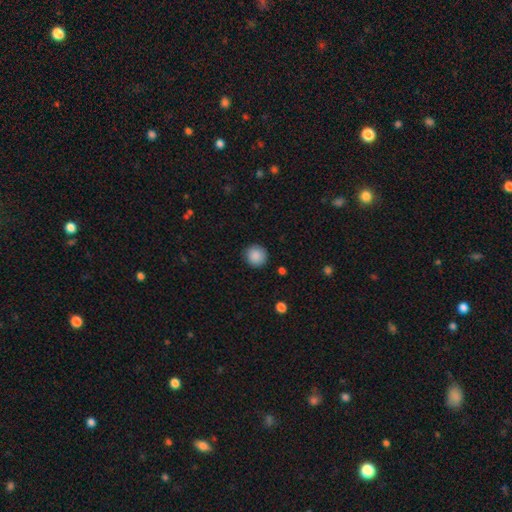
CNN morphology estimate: Q: Smooth or featured?
A: smooth (89%); runner-up: star or artifact (8%)
Q: How rounded?
A: round (94%); runner-up: in between (5%)
Q: Merging?
A: none (90%); runner-up: minor disturbance (7%)